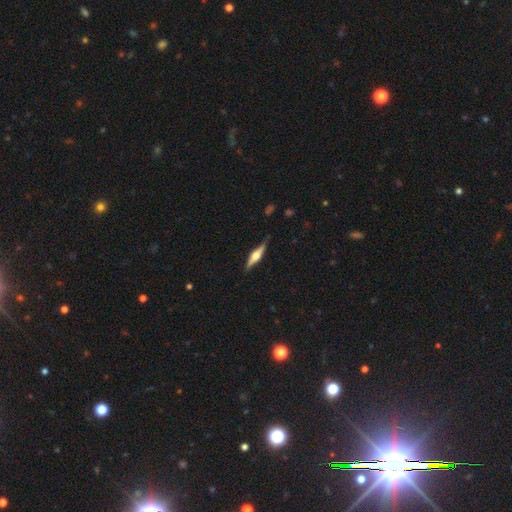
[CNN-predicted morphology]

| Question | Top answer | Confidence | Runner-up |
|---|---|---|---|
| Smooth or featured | featured or disk | 70% | smooth (25%) |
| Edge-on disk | yes | 97% | no (3%) |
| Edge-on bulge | rounded | 90% | boxy (8%) |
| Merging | none | 86% | minor disturbance (10%) |